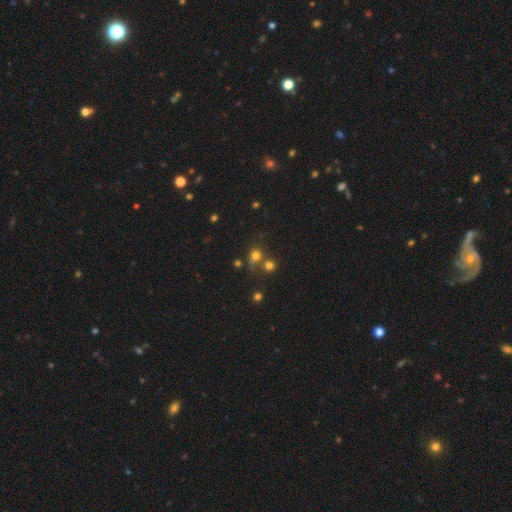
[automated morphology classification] smooth_or_featured: smooth (p=0.69) [alt: star or artifact p=0.21]
how_rounded: round (p=0.85) [alt: in between p=0.13]
merging: none (p=0.56) [alt: merger p=0.30]